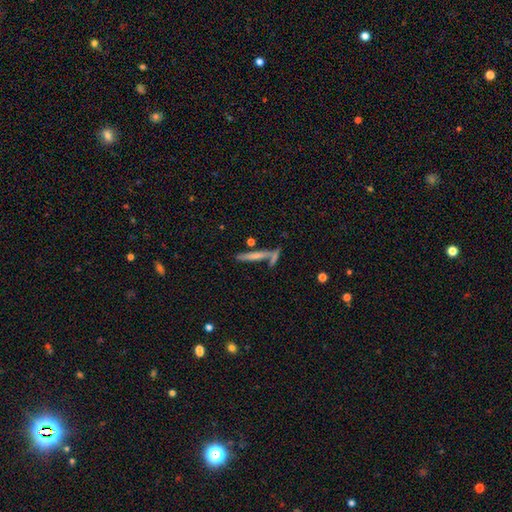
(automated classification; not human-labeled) smooth_or_featured: smooth (p=0.56) [alt: featured or disk p=0.36]
how_rounded: cigar-shaped (p=0.92) [alt: in between p=0.06]
merging: none (p=0.67) [alt: merger p=0.19]